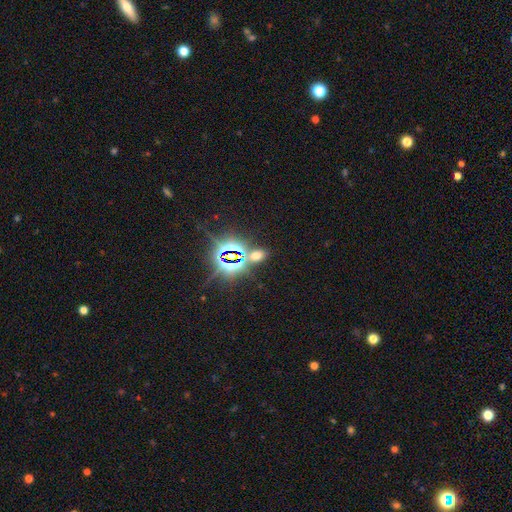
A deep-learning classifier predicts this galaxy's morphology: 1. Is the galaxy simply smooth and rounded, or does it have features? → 50% star or artifact, 42% smooth, 8% featured or disk.